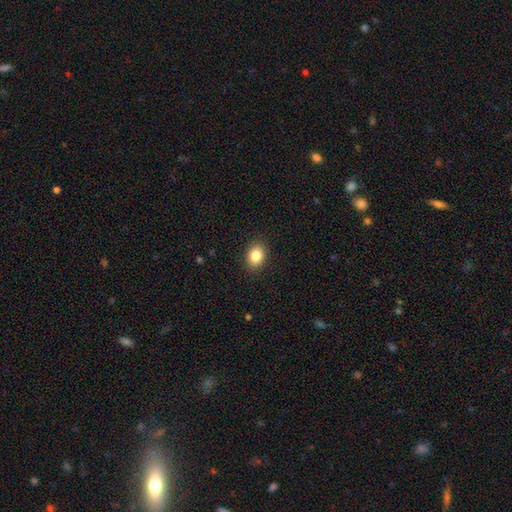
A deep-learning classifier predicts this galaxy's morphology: smooth_or_featured: smooth (p=0.85) [alt: star or artifact p=0.09]
how_rounded: in between (p=0.63) [alt: round p=0.36]
merging: none (p=0.89) [alt: minor disturbance p=0.08]